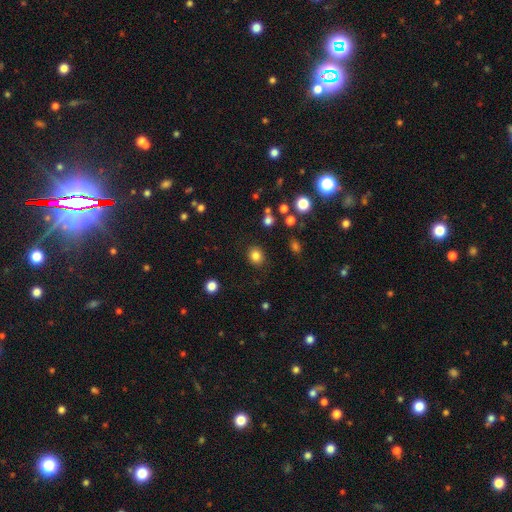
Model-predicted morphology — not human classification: This is clearly a smooth galaxy (83%). How rounded: likely round (69%). Merging: clearly none (87%).